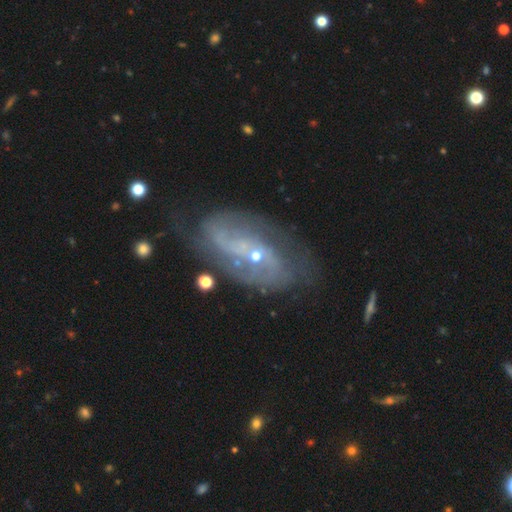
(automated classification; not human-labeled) A featured or disk galaxy (82%) with no bar (51%), 2 (55%) medium (39%) spiral arms (89%) and a small central bulge (74%). Merging: none (65%).